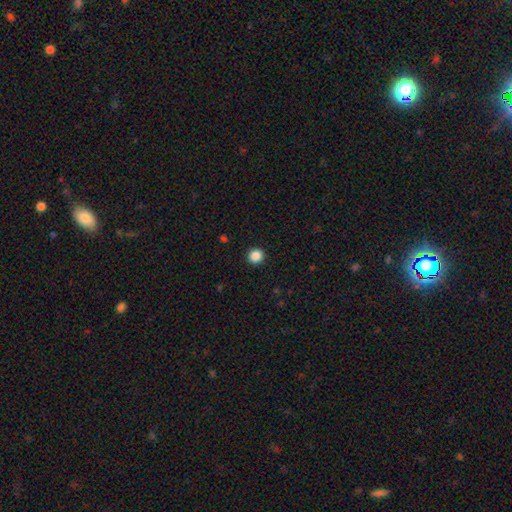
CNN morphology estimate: Smooth or featured: smooth — 87% (star or artifact — 10%)
How rounded: round — 95% (in between — 4%)
Merging: none — 93% (minor disturbance — 4%)